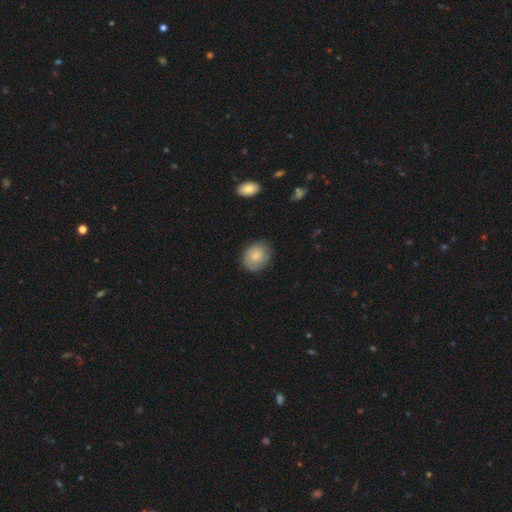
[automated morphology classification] Q: Smooth or featured?
A: smooth (74%); runner-up: featured or disk (19%)
Q: How rounded?
A: round (55%); runner-up: in between (44%)
Q: Merging?
A: none (78%); runner-up: minor disturbance (17%)